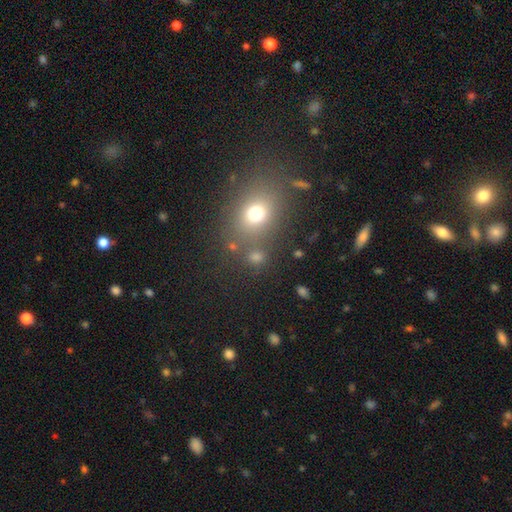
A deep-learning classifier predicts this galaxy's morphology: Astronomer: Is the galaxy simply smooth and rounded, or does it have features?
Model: smooth — 66%.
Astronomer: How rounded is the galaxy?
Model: round — 65%.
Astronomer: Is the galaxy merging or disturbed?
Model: none — 72%.